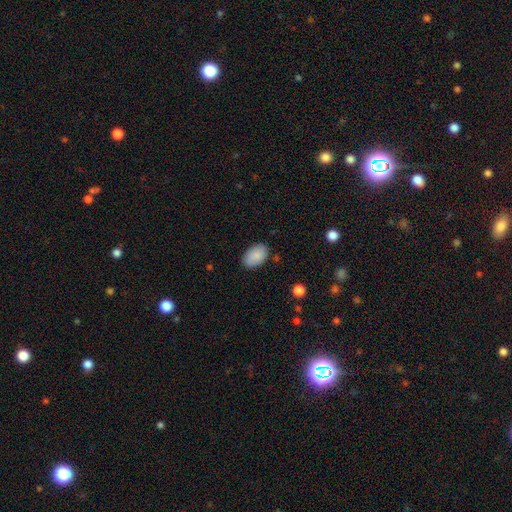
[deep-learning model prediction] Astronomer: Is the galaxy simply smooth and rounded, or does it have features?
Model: smooth — 88%.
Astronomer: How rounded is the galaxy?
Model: in between — 92%.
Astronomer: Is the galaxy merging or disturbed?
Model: none — 84%.